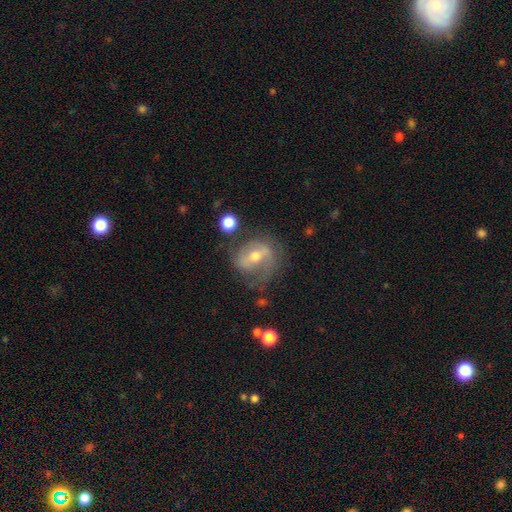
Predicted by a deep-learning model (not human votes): Smooth or featured? Predicted: featured or disk (p=0.74). Edge-on disk? Predicted: no (p=0.96). Bar? Predicted: weak (p=0.43). Spiral arms? Predicted: yes (p=0.83). Spiral winding? Predicted: medium (p=0.43). Spiral arm count? Predicted: 2 (p=0.62). Bulge size? Predicted: moderate (p=0.60). Merging? Predicted: none (p=0.59).